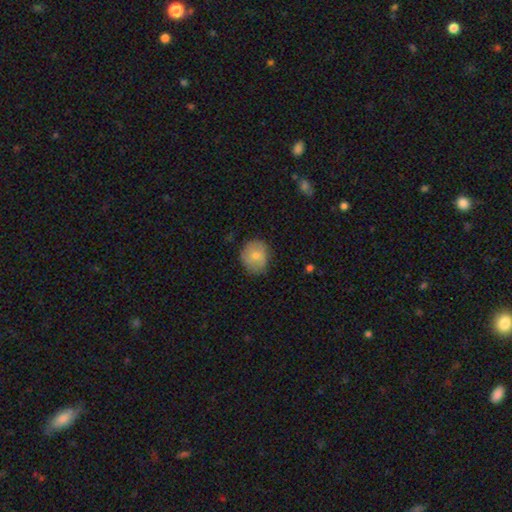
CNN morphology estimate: This is likely a smooth galaxy (74%). How rounded: likely round (75%). Merging: likely none (73%).